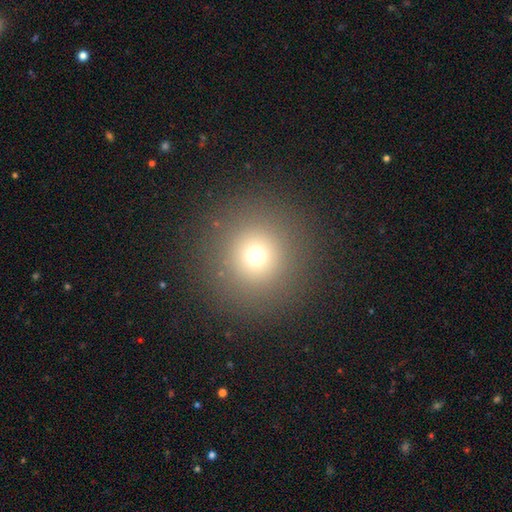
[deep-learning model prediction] Morphology: type=smooth (68%); roundness=round (95%); merging=none (89%).